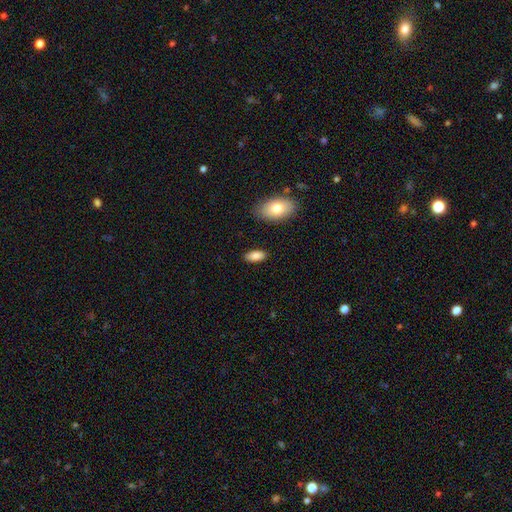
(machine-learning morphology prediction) Smooth or featured? smooth (86%)
How rounded? in between (90%)
Merging? none (87%)